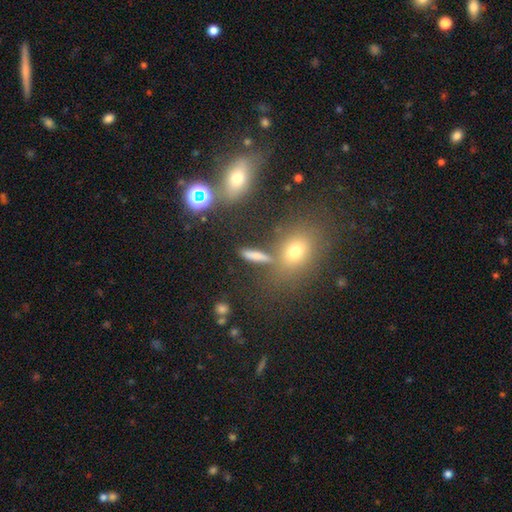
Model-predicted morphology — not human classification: Smooth or featured?
  - smooth: 68% *
  - star or artifact: 17%
  - featured or disk: 15%
How rounded?
  - cigar-shaped: 58% *
  - in between: 29%
  - round: 13%
Merging?
  - none: 72% *
  - minor disturbance: 12%
  - merger: 11%
  - major disturbance: 6%